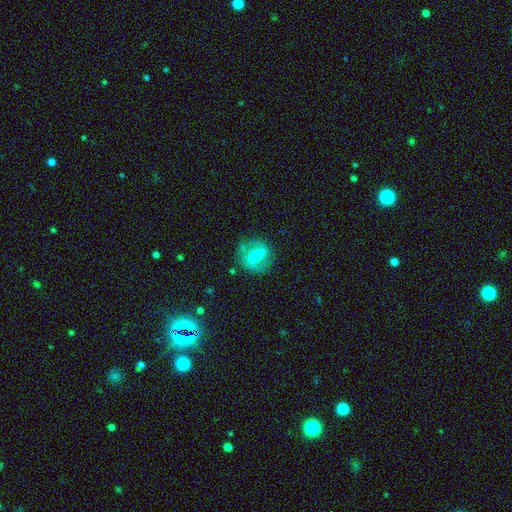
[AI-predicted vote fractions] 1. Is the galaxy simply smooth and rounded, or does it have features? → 60% featured or disk, 33% smooth, 7% star or artifact.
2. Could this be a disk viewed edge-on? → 95% no, 5% yes.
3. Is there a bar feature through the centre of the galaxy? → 40% strong (tied), 40% weak (tied), 21% no.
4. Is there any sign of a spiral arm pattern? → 76% yes, 24% no.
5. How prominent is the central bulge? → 56% moderate, 32% small, 8% large, 3% none, 1% dominant.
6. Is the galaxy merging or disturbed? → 74% none, 16% minor disturbance, 8% major disturbance, 2% merger.